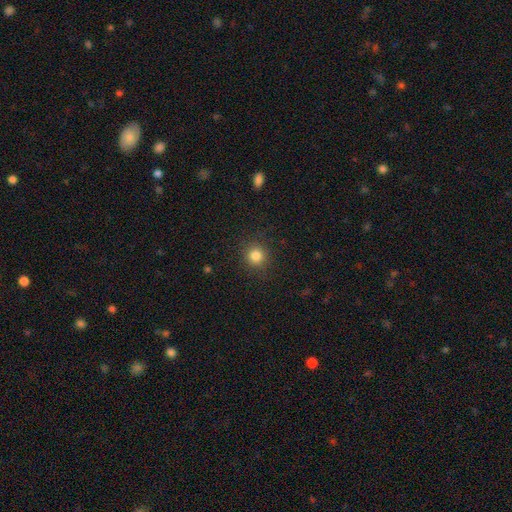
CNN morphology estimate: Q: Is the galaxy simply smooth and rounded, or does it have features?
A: smooth — 83%.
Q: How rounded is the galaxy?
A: round — 92%.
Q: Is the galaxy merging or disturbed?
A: none — 90%.